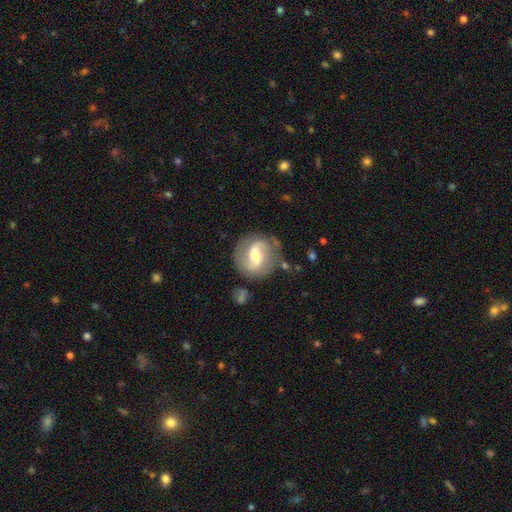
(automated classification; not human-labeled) Smooth or featured?
  - featured or disk: 71% *
  - smooth: 23%
  - star or artifact: 6%
Edge-on disk?
  - no: 96% *
  - yes: 4%
Bar?
  - weak: 47% *
  - strong: 36%
  - no: 18%
Spiral arms?
  - yes: 86% *
  - no: 14%
Spiral winding?
  - medium: 42% *
  - loose: 41%
  - tight: 17%
Spiral arm count?
  - 2: 85% *
  - can't tell: 7%
  - 1: 6%
  - 3: 1%
  - 4: 1%
  - more than 4: 1%
Bulge size?
  - moderate: 59% *
  - small: 26%
  - large: 11%
  - none: 2%
  - dominant: 2%
Merging?
  - none: 73% *
  - minor disturbance: 16%
  - major disturbance: 7%
  - merger: 4%